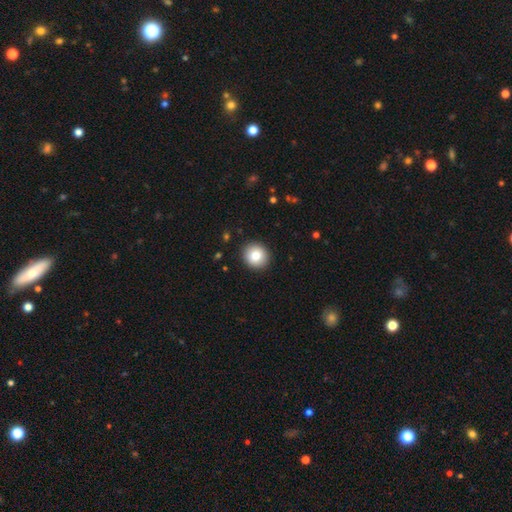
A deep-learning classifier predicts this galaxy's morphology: smooth_or_featured: smooth (p=0.82) [alt: featured or disk p=0.10]
how_rounded: round (p=0.89) [alt: in between p=0.10]
merging: none (p=0.92) [alt: minor disturbance p=0.05]